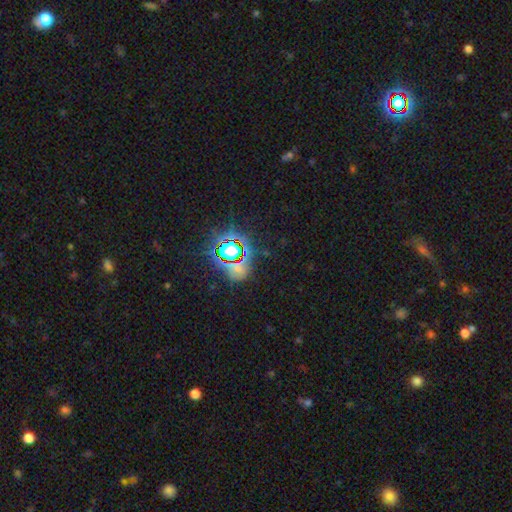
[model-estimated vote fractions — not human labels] Smooth or featured?
  - star or artifact: 79% *
  - smooth: 13%
  - featured or disk: 7%